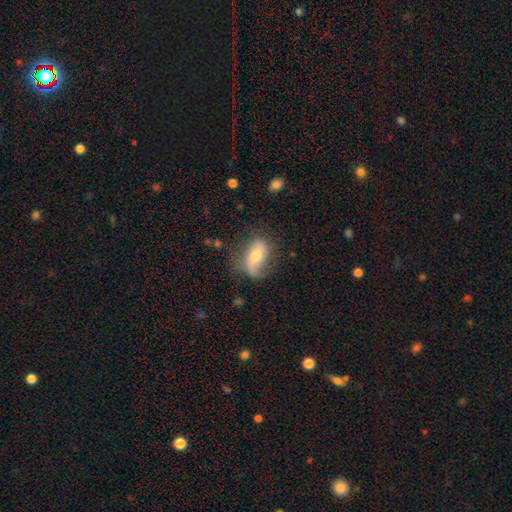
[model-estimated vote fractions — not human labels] The model was most divided on "bulge size": moderate: 54%, small: 39%, large: 4%, none: 2%, dominant: 1%. Remaining: edge-on disk — no (90%); spiral arms — yes (79%); smooth or featured — featured or disk (56%); merging — none (55%); bar — no (49%).